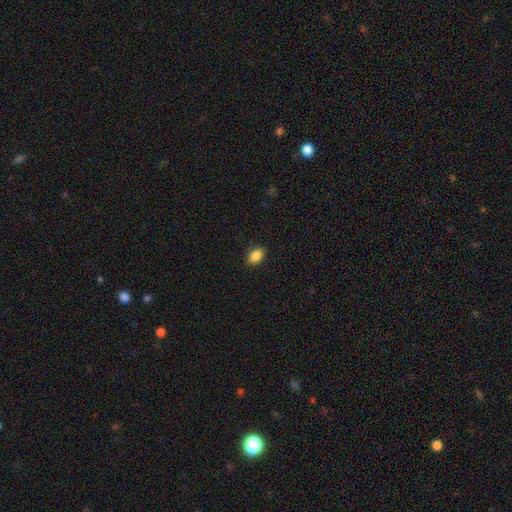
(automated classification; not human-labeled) The model was most divided on "how rounded": in between: 85%, round: 13%, cigar-shaped: 2%. More confident: smooth or featured — smooth (86%); merging — none (85%).